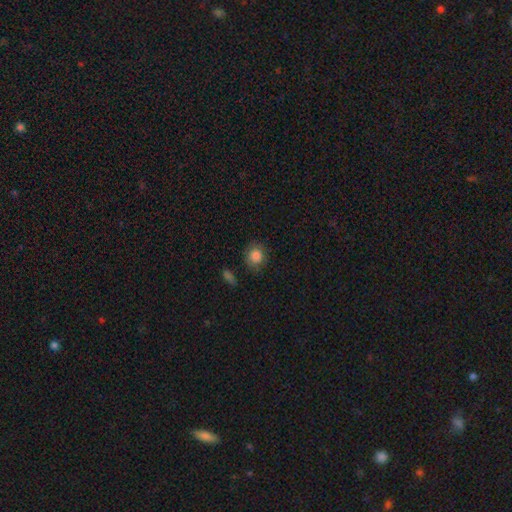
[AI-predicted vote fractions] Overall: smooth (84%). How rounded: round (76%). Merging: none (80%).